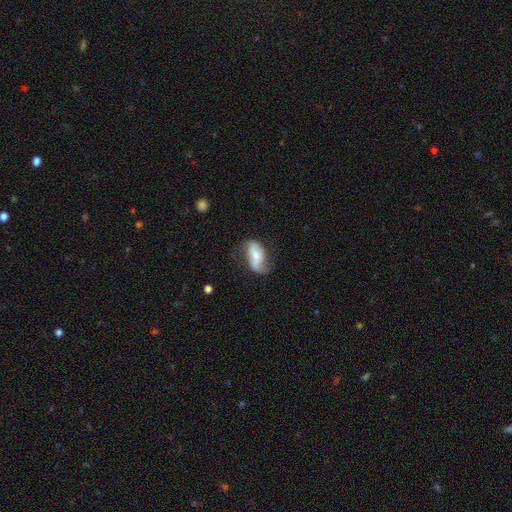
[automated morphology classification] featured or disk 55%, smooth 39%, star or artifact 7%. Down the decision tree: edge-on disk — no (91%); merging — none (54%).